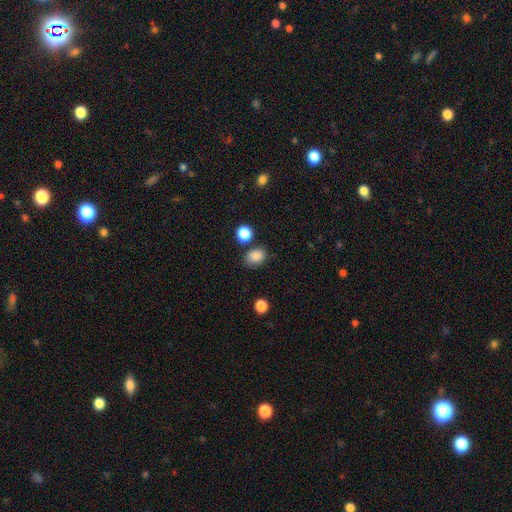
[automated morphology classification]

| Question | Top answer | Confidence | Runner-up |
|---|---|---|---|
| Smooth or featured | smooth | 85% | star or artifact (10%) |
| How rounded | in between | 57% | round (42%) |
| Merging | none | 73% | minor disturbance (16%) |